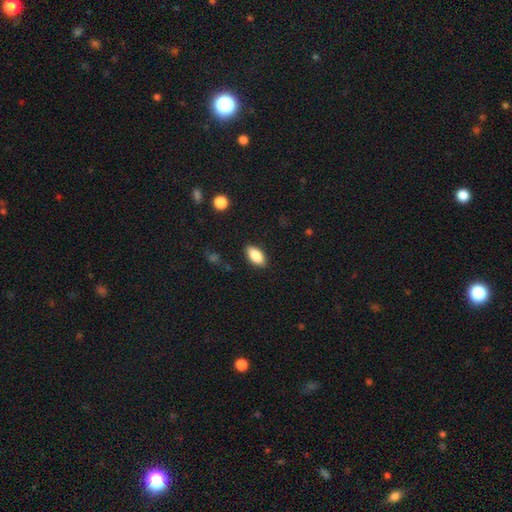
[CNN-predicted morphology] This appears to be a smooth galaxy with no disk features (86%) that is in between round and cigar-shaped (90%). Merging: none (87%).